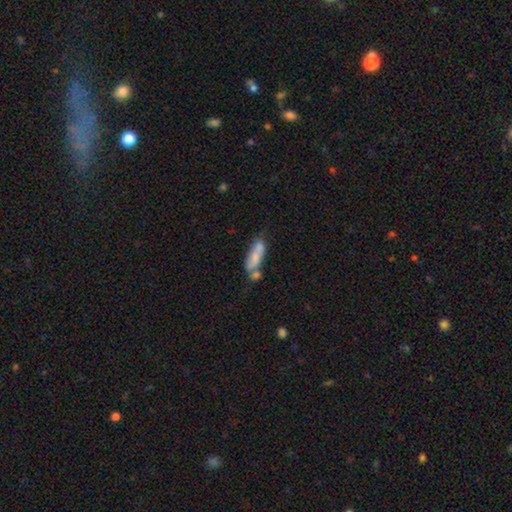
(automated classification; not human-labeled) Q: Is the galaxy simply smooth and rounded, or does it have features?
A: smooth — 68%.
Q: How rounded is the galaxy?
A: in between — 54%.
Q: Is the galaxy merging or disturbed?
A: none — 41%.